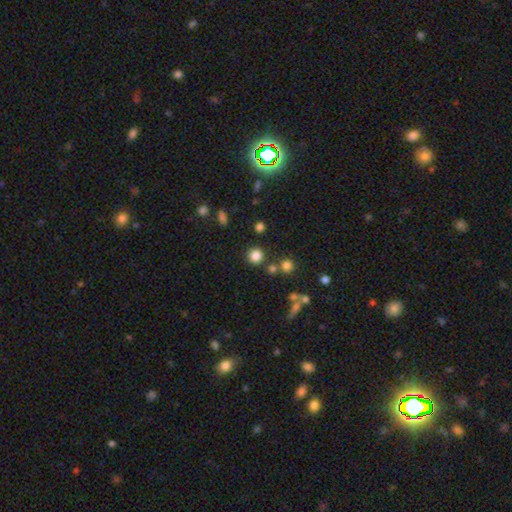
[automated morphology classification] Smooth or featured: smooth — 81% (star or artifact — 14%)
How rounded: round — 92% (in between — 7%)
Merging: none — 82% (merger — 8%)